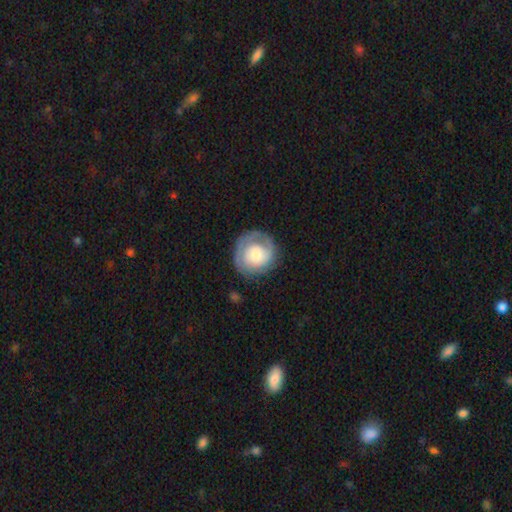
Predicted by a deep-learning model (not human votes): Smooth or featured? Predicted: featured or disk (p=0.63). Edge-on disk? Predicted: no (p=0.98). Bar? Predicted: no (p=0.67). Spiral arms? Predicted: yes (p=0.85). Spiral winding? Predicted: tight (p=0.62). Spiral arm count? Predicted: 2 (p=0.38). Bulge size? Predicted: moderate (p=0.38). Merging? Predicted: none (p=0.75).